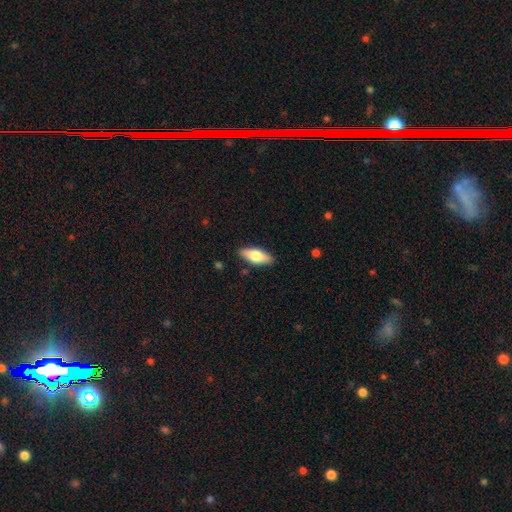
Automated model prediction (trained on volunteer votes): Q: Smooth or featured?
A: smooth (66%); runner-up: featured or disk (27%)
Q: How rounded?
A: in between (75%); runner-up: cigar-shaped (22%)
Q: Merging?
A: none (87%); runner-up: minor disturbance (10%)